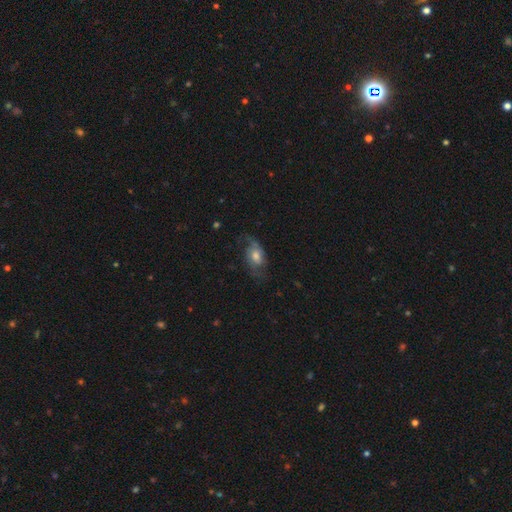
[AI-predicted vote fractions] Overall: featured or disk (58%; smooth 33%). Edge-on disk: no (93%). Bar: no (66%; weak 29%). Spiral arms: yes (82%). Bulge size: moderate (58%; large 19%). Merging: none (54%; minor disturbance 24%).